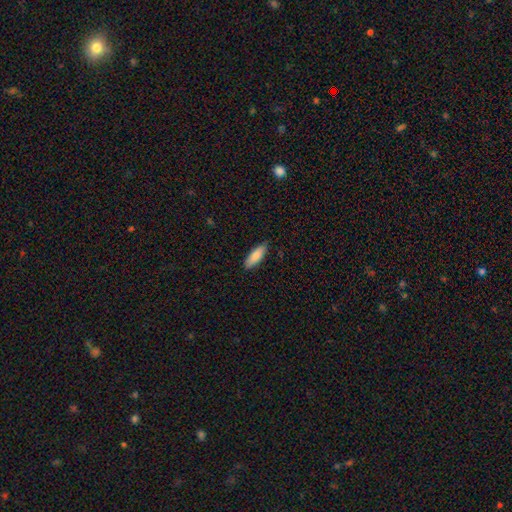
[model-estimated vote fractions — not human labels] Smooth or featured? smooth (86%)
How rounded? in between (55%)
Merging? none (83%)